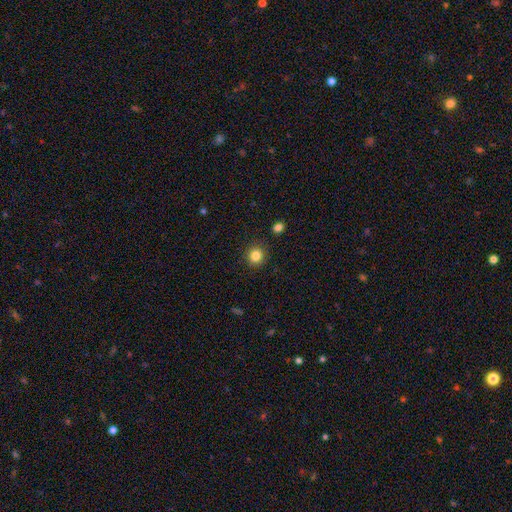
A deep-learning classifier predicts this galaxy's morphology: smooth-or-featured: smooth: 84% | star or artifact: 11% | featured or disk: 5%
  how-rounded: round: 88% | in between: 11% | cigar-shaped: 1%
  merging: none: 89% | minor disturbance: 7% | major disturbance: 2% | merger: 2%